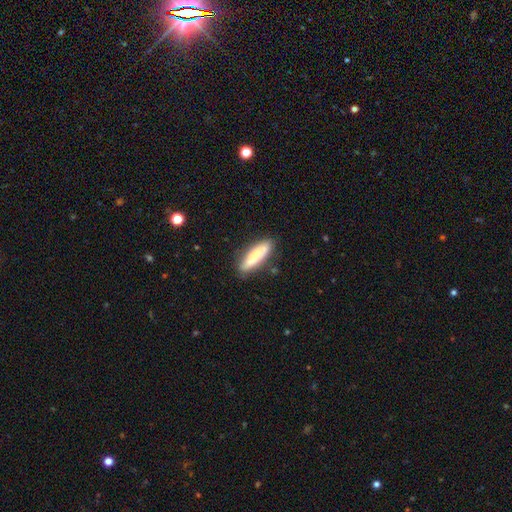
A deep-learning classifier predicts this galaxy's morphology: Smooth or featured? Predicted: smooth (p=0.77). How rounded? Predicted: cigar-shaped (p=0.69). Merging? Predicted: none (p=0.83).